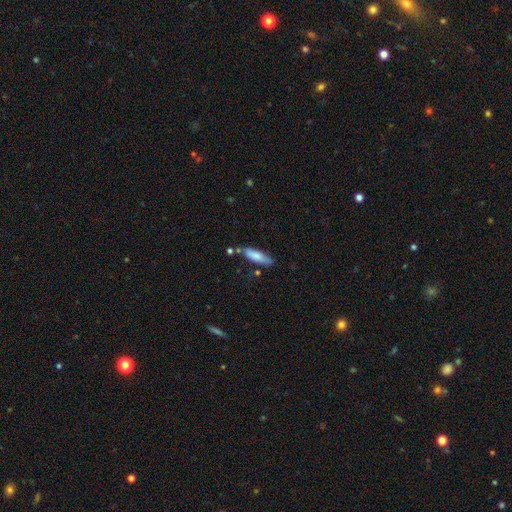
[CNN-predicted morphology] Smooth or featured? smooth (78%)
How rounded? cigar-shaped (57%)
Merging? none (69%)